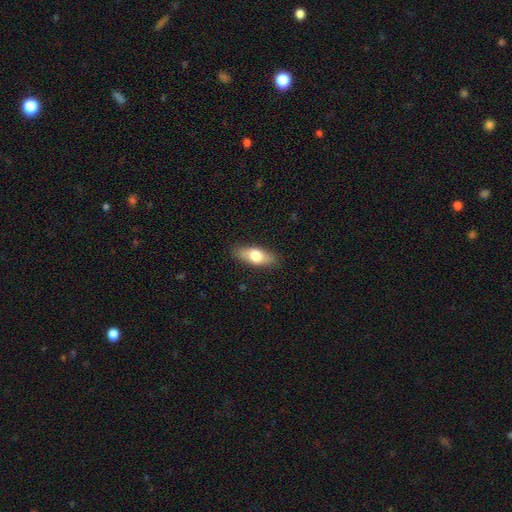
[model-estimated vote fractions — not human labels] A smooth galaxy with no disk features (70%) that is in between round and cigar-shaped (76%). Merging: none (86%).